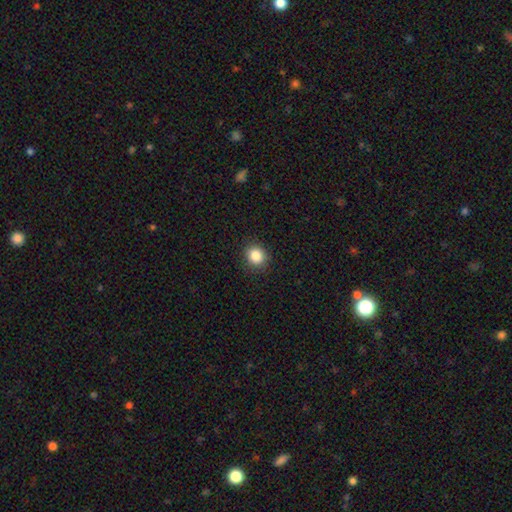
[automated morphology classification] Overall: smooth (86%). How rounded: round (83%). Merging: none (89%).